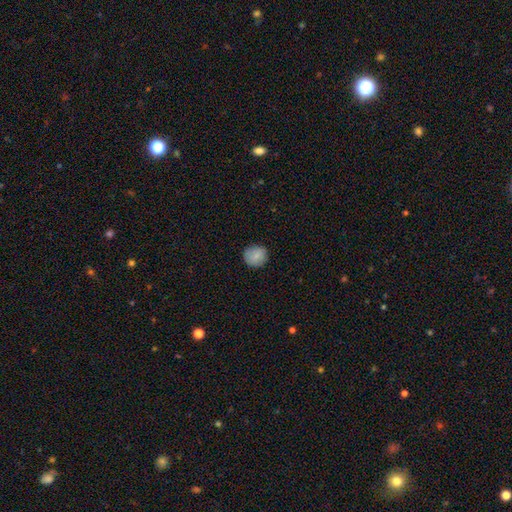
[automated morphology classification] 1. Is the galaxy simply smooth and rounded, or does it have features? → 85% smooth, 8% star or artifact, 7% featured or disk.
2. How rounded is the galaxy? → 90% round, 9% in between, 1% cigar-shaped.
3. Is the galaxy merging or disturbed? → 87% none, 9% minor disturbance, 2% major disturbance, 1% merger.